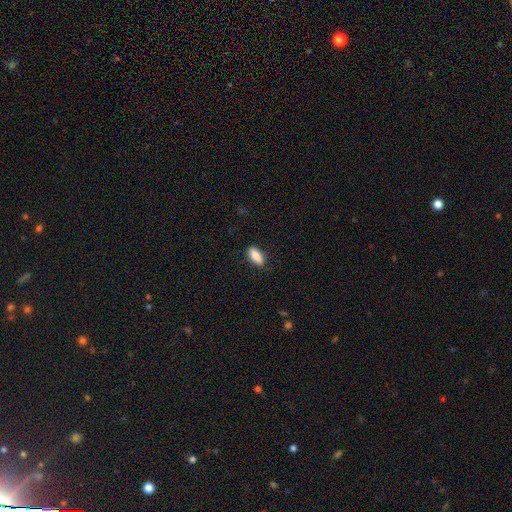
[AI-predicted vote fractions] Smooth or featured? smooth (87%)
How rounded? in between (83%)
Merging? none (84%)